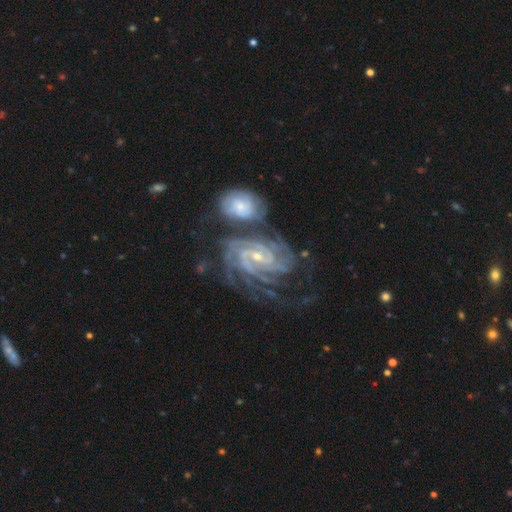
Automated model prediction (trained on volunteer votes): This is clearly a featured or disk galaxy (89%). It is clearly not viewed edge-on (97%). Bar: marginally no (40%, tied with weak). Spiral arm pattern: clearly yes (98%). Spiral arm count: marginally can't tell (25%). Spiral winding: likely tight (70%). Central bulge: likely small (67%). Merging: marginally none (41%).